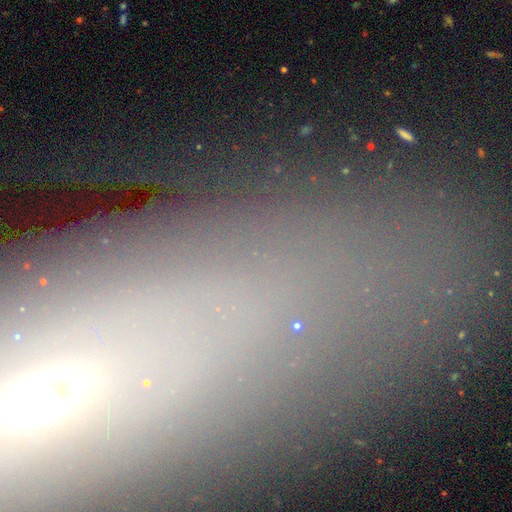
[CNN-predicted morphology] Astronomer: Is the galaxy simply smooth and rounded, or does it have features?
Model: star or artifact — 57%.